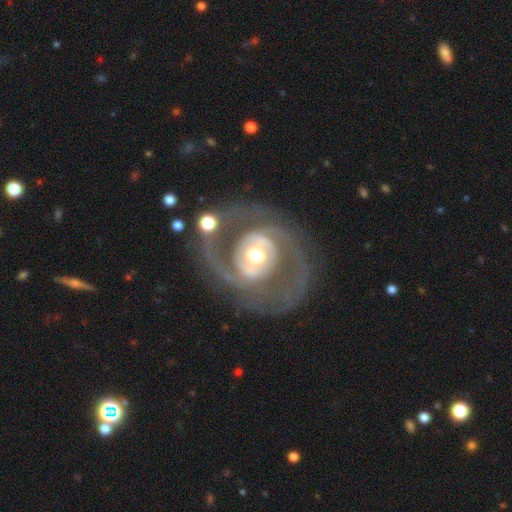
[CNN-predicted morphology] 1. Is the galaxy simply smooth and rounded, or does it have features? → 85% featured or disk, 11% smooth, 5% star or artifact.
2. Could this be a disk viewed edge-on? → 97% no, 3% yes.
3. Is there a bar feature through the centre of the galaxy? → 49% no, 31% weak, 19% strong.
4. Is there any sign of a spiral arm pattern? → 80% yes, 20% no.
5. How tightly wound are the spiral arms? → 46% medium, 35% tight, 20% loose.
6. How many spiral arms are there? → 78% 2, 9% can't tell, 4% 1, 4% 3, 2% 4, 2% more than 4.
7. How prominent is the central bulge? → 68% moderate, 19% large, 10% small, 2% dominant, 1% none.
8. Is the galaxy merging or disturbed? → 65% none, 15% major disturbance, 15% minor disturbance, 5% merger.